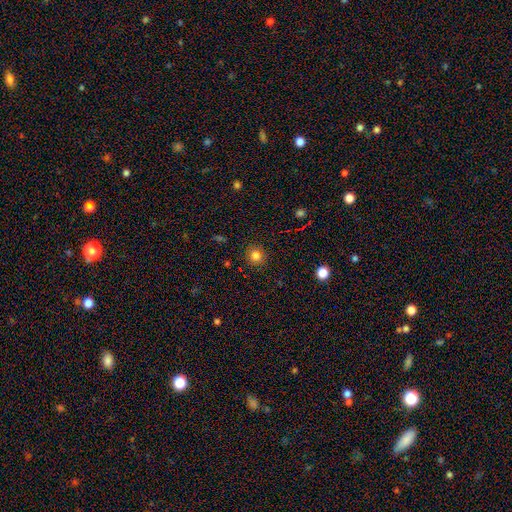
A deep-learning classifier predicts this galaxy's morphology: A smooth galaxy with no disk features (82%) that is round (89%).

Vote fractions:
- Smooth or featured? smooth: 82% / star or artifact: 13% / featured or disk: 5%
- How rounded? round: 89% / in between: 10% / cigar-shaped: 1%
- Merging? none: 89% / minor disturbance: 7% / major disturbance: 2% / merger: 1%